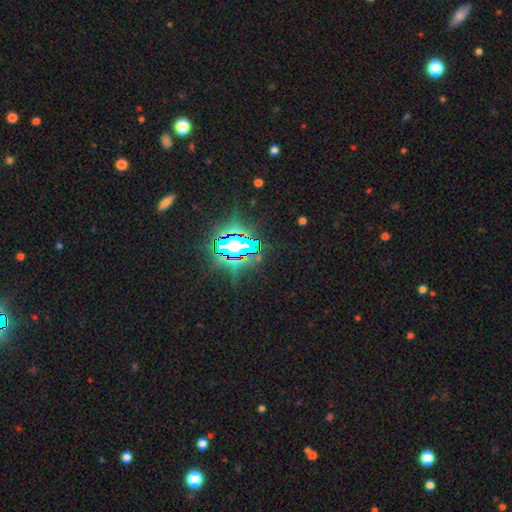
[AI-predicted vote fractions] smooth_or_featured: star or artifact (p=0.82) [alt: smooth p=0.10]